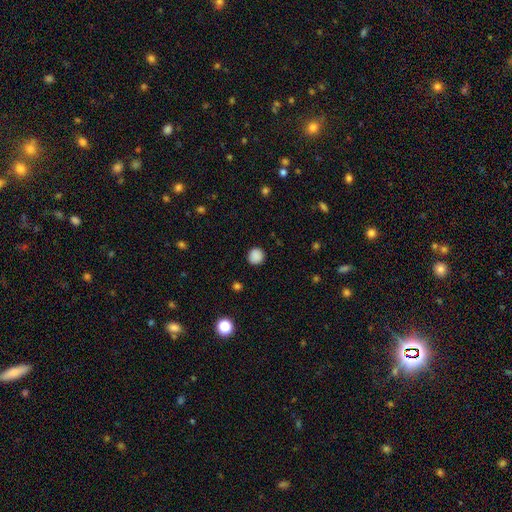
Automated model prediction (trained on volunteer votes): smooth_or_featured: smooth (p=0.87) [alt: star or artifact p=0.10]
how_rounded: round (p=0.91) [alt: in between p=0.08]
merging: none (p=0.90) [alt: minor disturbance p=0.07]